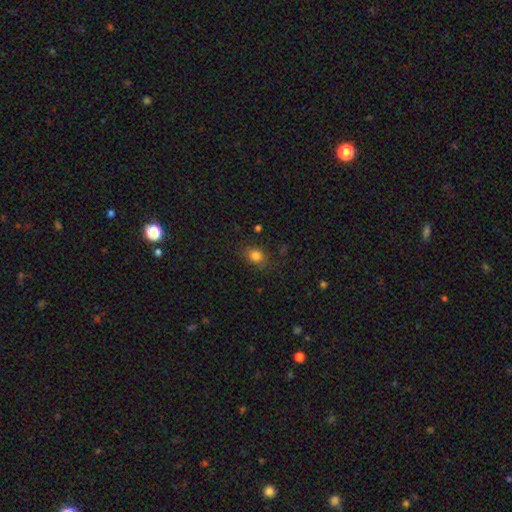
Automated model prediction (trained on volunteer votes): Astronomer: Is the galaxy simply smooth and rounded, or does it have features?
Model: smooth — 81%.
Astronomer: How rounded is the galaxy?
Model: in between — 52% (runner-up: round, 47%).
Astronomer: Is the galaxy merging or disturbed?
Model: none — 81%.